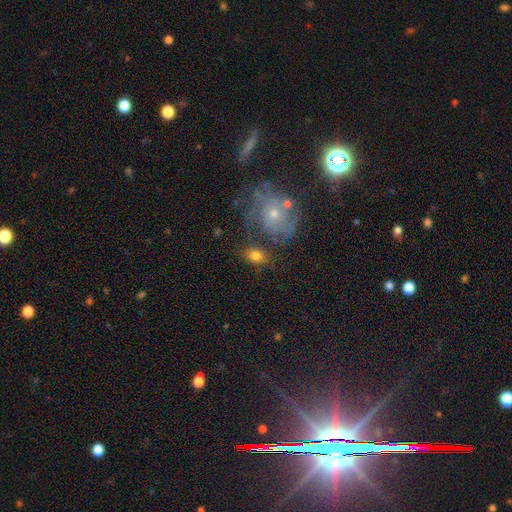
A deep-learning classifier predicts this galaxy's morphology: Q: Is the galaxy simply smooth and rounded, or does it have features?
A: smooth — 70%.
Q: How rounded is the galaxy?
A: in between — 54%.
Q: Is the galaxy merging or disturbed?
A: none — 66%.